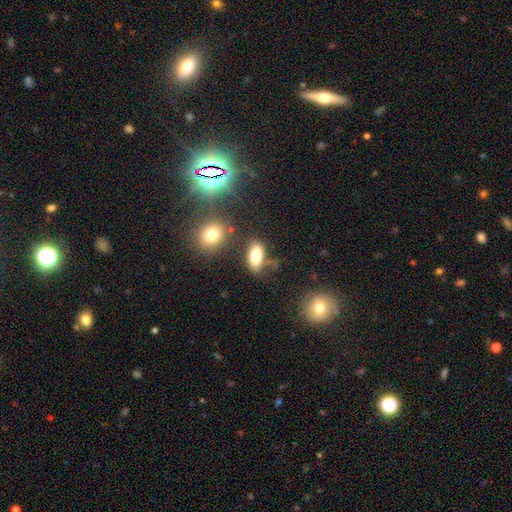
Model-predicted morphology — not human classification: A smooth galaxy with no disk features (80%) that is in between round and cigar-shaped (88%).

Vote fractions:
- Smooth or featured? smooth: 80% / featured or disk: 10% / star or artifact: 10%
- How rounded? in between: 88% / cigar-shaped: 6% / round: 5%
- Merging? none: 61% / minor disturbance: 20% / merger: 11% / major disturbance: 8%